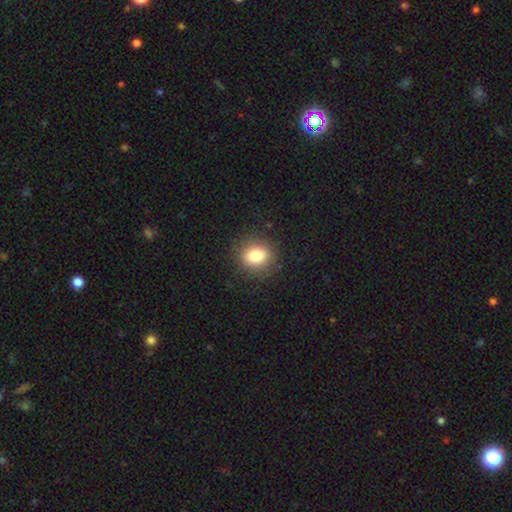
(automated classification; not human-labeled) Overall: smooth (82%). How rounded: round (56%; in between 43%). Merging: none (86%).